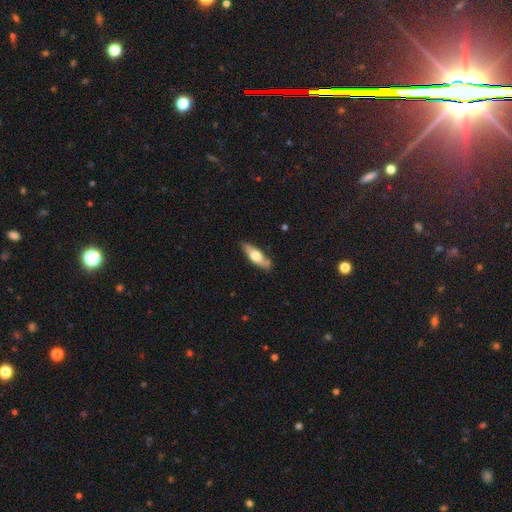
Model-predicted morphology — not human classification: smooth-or-featured: smooth: 54% | featured or disk: 41% | star or artifact: 5%
  how-rounded: in between: 52% | cigar-shaped: 46% | round: 2%
  merging: none: 79% | minor disturbance: 16% | merger: 3% | major disturbance: 3%